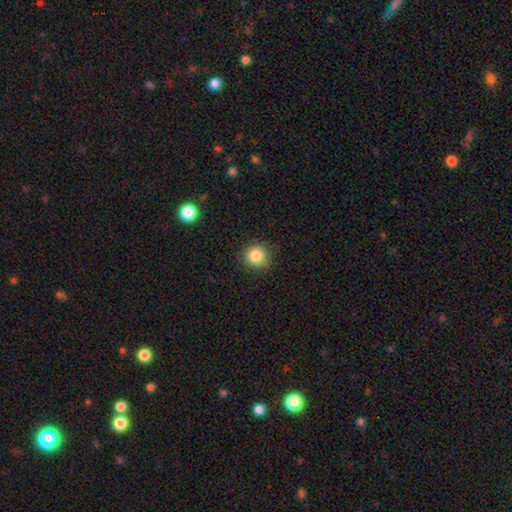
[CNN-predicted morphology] Smooth or featured: smooth — 85% (star or artifact — 11%)
How rounded: round — 93% (in between — 6%)
Merging: none — 84% (minor disturbance — 12%)